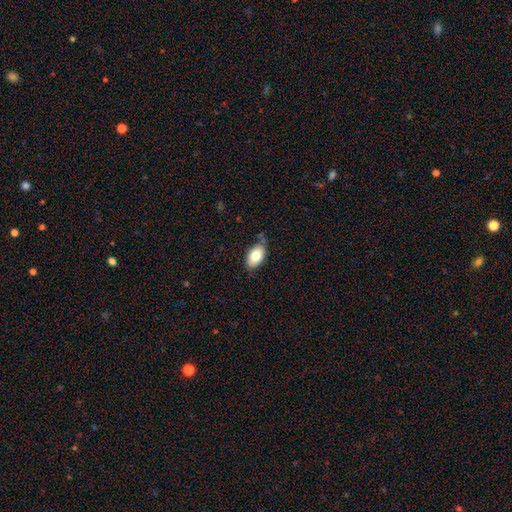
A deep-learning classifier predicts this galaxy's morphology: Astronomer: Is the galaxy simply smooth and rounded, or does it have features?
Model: smooth — 79%.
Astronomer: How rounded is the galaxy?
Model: in between — 92%.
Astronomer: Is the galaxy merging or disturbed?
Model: none — 71%.